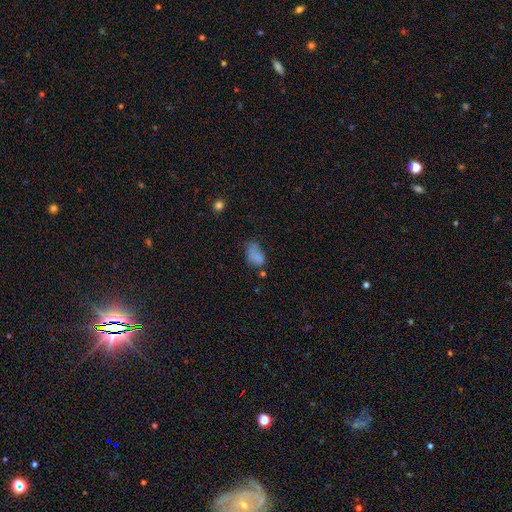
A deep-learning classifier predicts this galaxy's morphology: Smooth or featured: smooth — 74% (star or artifact — 14%)
How rounded: in between — 87% (round — 11%)
Merging: none — 37% (minor disturbance — 31%)